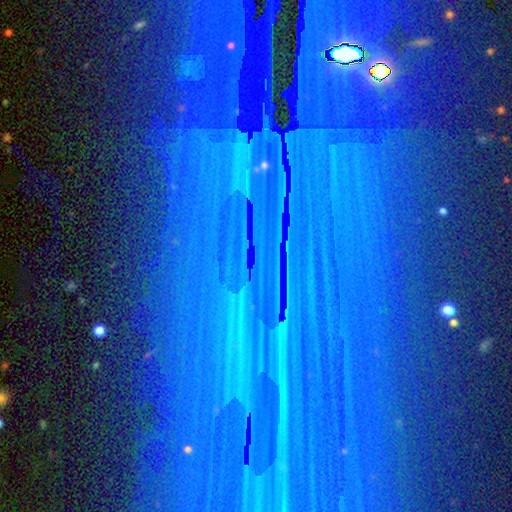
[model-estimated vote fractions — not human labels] Smooth or featured? Predicted: star or artifact (p=0.79).